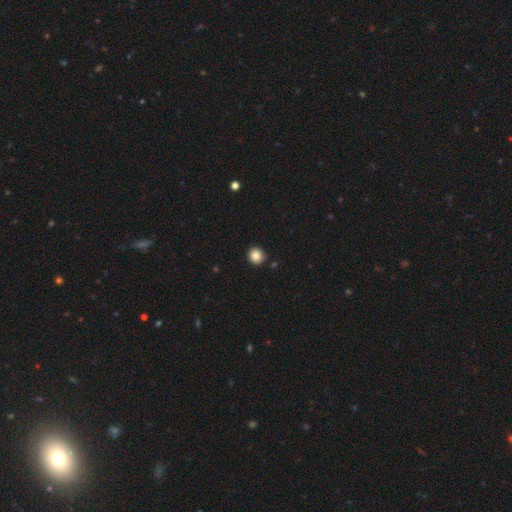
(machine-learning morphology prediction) This is clearly a smooth galaxy (84%). How rounded: clearly round (92%). Merging: clearly none (91%).